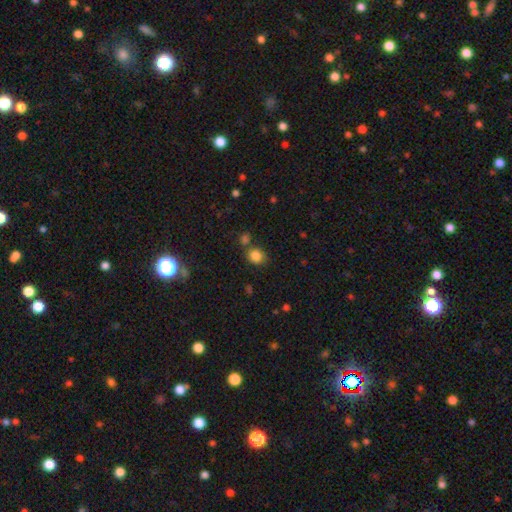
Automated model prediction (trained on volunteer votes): Q: Smooth or featured?
A: smooth (84%); runner-up: star or artifact (11%)
Q: How rounded?
A: round (75%); runner-up: in between (24%)
Q: Merging?
A: none (68%); runner-up: merger (15%)